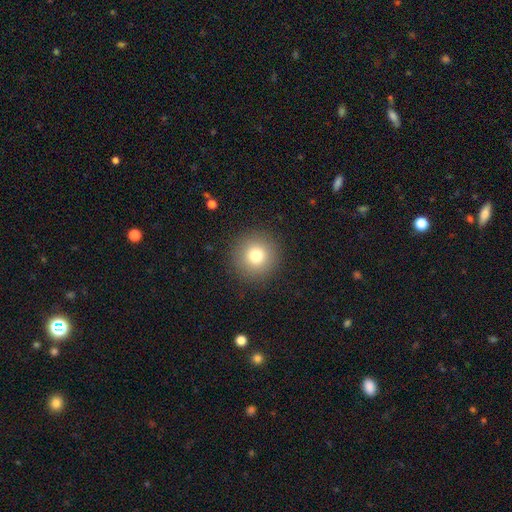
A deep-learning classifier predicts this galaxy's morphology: Smooth or featured: smooth — 78% (star or artifact — 12%)
How rounded: round — 95% (in between — 4%)
Merging: none — 91% (minor disturbance — 6%)